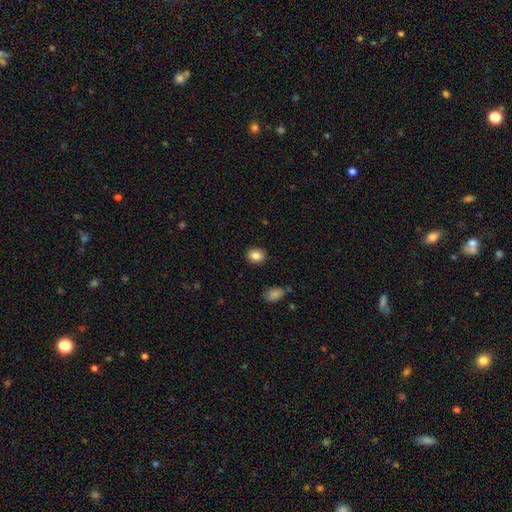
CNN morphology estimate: smooth 85%, star or artifact 9%, featured or disk 5%. Down the decision tree: how rounded — round (51%); merging — none (89%).